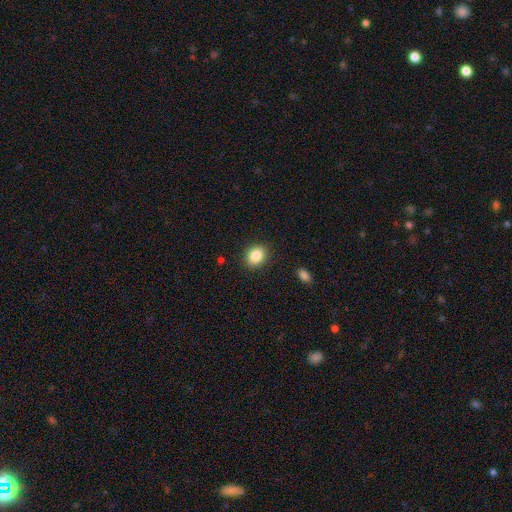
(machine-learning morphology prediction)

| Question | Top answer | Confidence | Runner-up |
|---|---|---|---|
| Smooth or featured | smooth | 86% | star or artifact (9%) |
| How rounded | round | 55% | in between (44%) |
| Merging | none | 89% | minor disturbance (8%) |